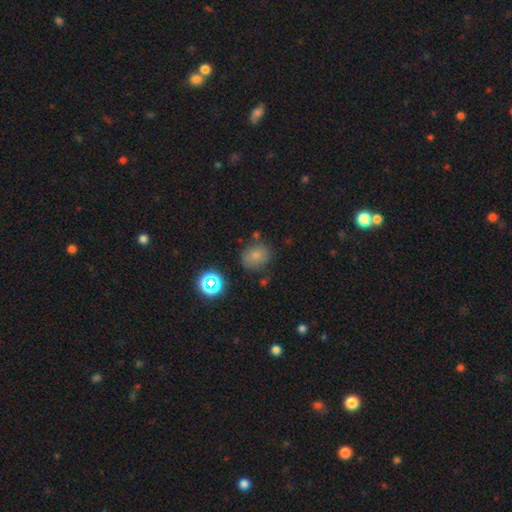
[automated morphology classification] type=smooth (73%); roundness=round (71%); merging=none (72%).